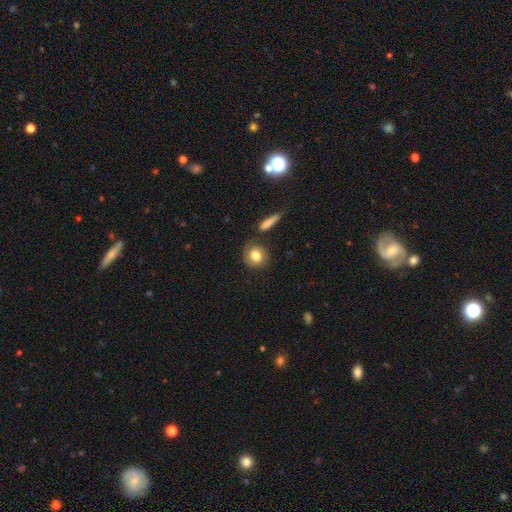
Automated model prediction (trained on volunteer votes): smooth_or_featured: smooth (p=0.80) [alt: featured or disk p=0.12]
how_rounded: round (p=0.80) [alt: in between p=0.18]
merging: none (p=0.79) [alt: minor disturbance p=0.12]